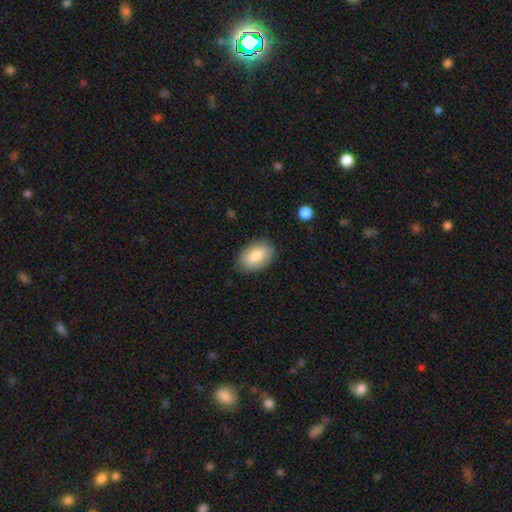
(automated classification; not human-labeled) smooth-or-featured: smooth: 81% | featured or disk: 12% | star or artifact: 6%
  how-rounded: in between: 90% | round: 9% | cigar-shaped: 1%
  merging: none: 85% | minor disturbance: 11% | major disturbance: 3% | merger: 1%